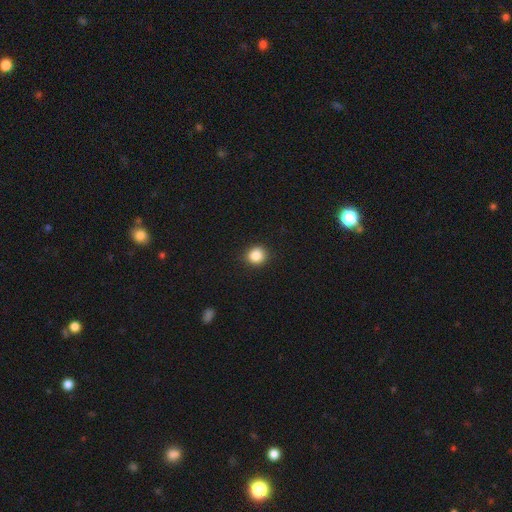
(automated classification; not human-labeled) smooth 86%, star or artifact 10%, featured or disk 4%. Down the decision tree: how rounded — round (86%); merging — none (90%).